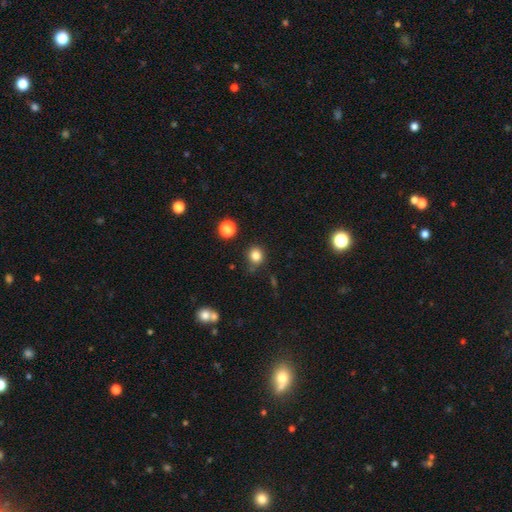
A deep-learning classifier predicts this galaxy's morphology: smooth_or_featured: smooth (p=0.82) [alt: star or artifact p=0.13]
how_rounded: round (p=0.83) [alt: in between p=0.16]
merging: none (p=0.78) [alt: minor disturbance p=0.14]